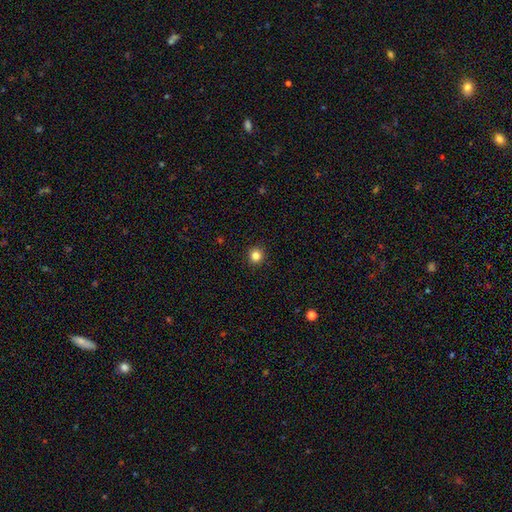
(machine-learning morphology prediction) A smooth galaxy with no disk features (83%) that is round (93%).

Vote fractions:
- Smooth or featured? smooth: 83% / star or artifact: 13% / featured or disk: 5%
- How rounded? round: 93% / in between: 6% / cigar-shaped: 1%
- Merging? none: 93% / minor disturbance: 5% / major disturbance: 2% / merger: 1%